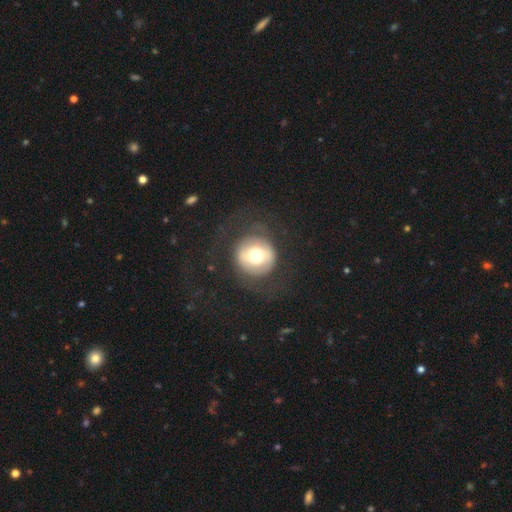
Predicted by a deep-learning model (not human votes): A smooth galaxy with no disk features (51%) that is round (91%).

Vote fractions:
- Smooth or featured? smooth: 51% / featured or disk: 41% / star or artifact: 8%
- How rounded? round: 91% / in between: 8% / cigar-shaped: 1%
- Merging? none: 72% / major disturbance: 15% / minor disturbance: 11% / merger: 1%